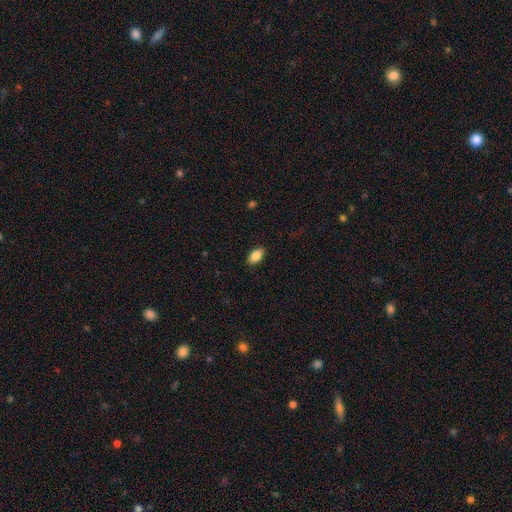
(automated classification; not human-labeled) smooth-or-featured: smooth: 87% | star or artifact: 8% | featured or disk: 5%
  how-rounded: in between: 92% | round: 6% | cigar-shaped: 2%
  merging: none: 88% | minor disturbance: 9% | major disturbance: 2% | merger: 1%